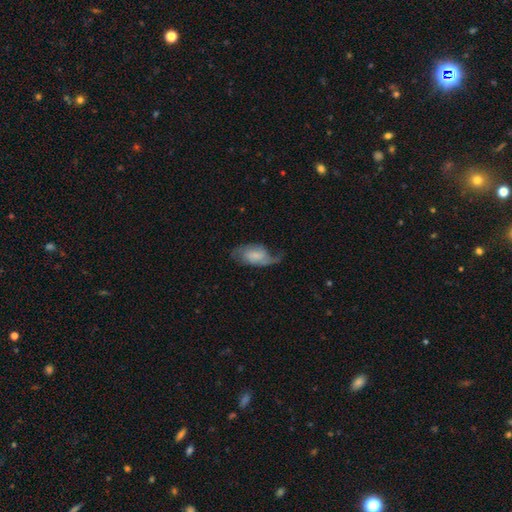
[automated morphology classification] This appears to be a featured or disk galaxy (63%) with no bar (50%), 2 (71%) loose (45%) spiral arms (90%) and a small central bulge (35%). Merging: none (49%).